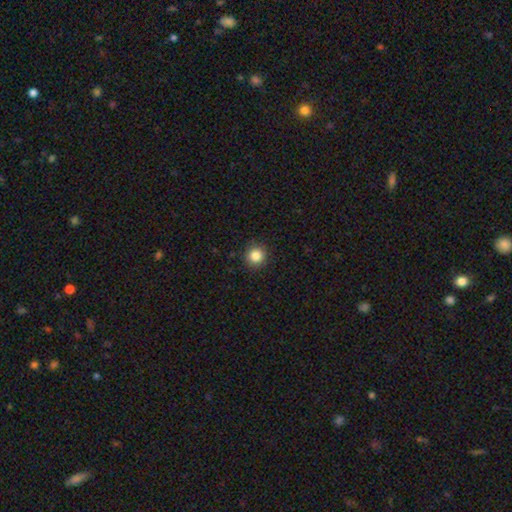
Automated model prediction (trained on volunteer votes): smooth 85%, star or artifact 11%, featured or disk 4%. Down the decision tree: how rounded — round (92%); merging — none (91%).